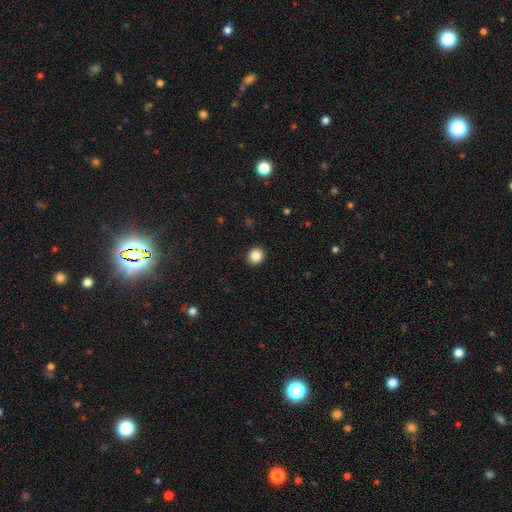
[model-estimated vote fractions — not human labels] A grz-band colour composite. It shows a smooth galaxy with no disk features (86%) that is round (80%). Merging: none (92%).